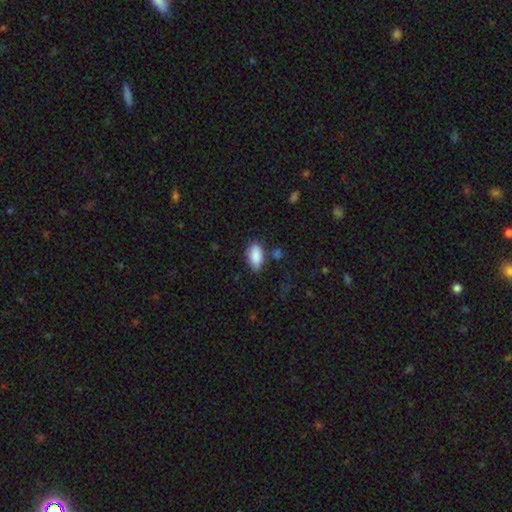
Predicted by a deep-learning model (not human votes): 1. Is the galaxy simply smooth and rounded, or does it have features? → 87% smooth, 7% star or artifact, 6% featured or disk.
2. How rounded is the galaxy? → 90% in between, 6% cigar-shaped, 3% round.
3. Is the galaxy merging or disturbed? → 65% none, 25% minor disturbance, 6% major disturbance, 5% merger.